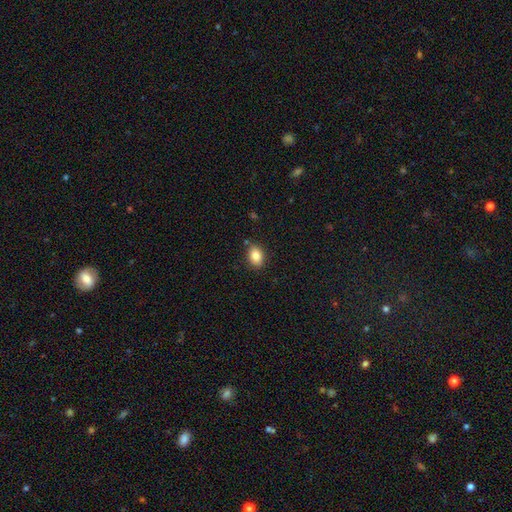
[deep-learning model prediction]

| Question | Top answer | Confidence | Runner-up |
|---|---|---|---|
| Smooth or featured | smooth | 86% | star or artifact (9%) |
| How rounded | in between | 76% | round (23%) |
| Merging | none | 84% | minor disturbance (11%) |